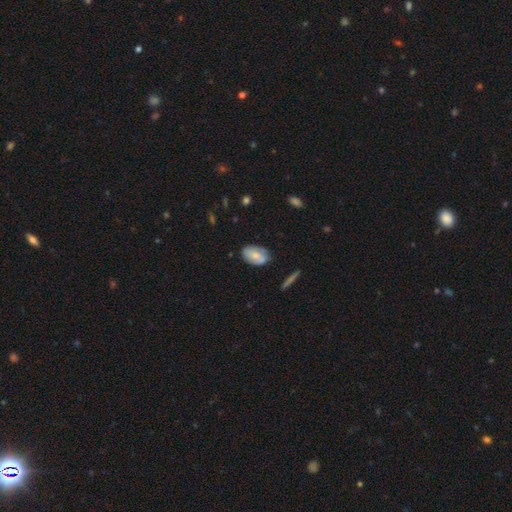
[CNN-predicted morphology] smooth_or_featured: smooth (p=0.68) [alt: featured or disk p=0.25]
how_rounded: in between (p=0.90) [alt: round p=0.08]
merging: none (p=0.68) [alt: minor disturbance p=0.22]